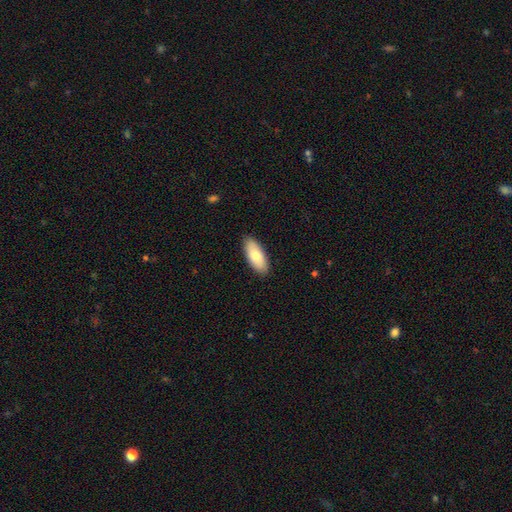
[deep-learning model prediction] This appears to be a smooth galaxy with no disk features (78%) that is in between round and cigar-shaped (85%). Merging: none (89%).